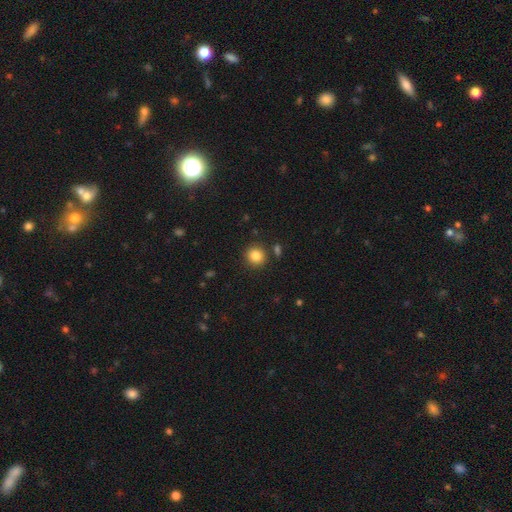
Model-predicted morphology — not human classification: Smooth or featured?
  - smooth: 85% *
  - star or artifact: 11%
  - featured or disk: 5%
How rounded?
  - round: 89% *
  - in between: 10%
  - cigar-shaped: 1%
Merging?
  - none: 87% *
  - minor disturbance: 7%
  - merger: 4%
  - major disturbance: 2%